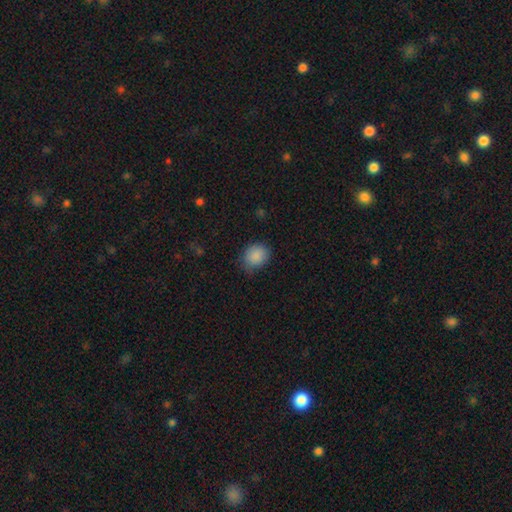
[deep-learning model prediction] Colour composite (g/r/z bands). It shows a smooth galaxy with no disk features (88%) that is round (59%). Merging: none (73%).